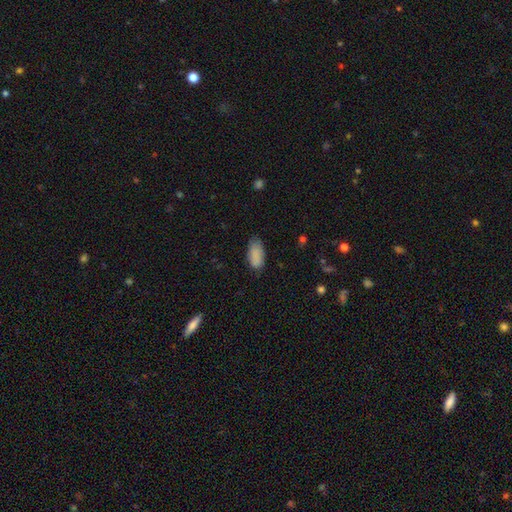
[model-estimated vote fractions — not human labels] Smooth or featured? Predicted: smooth (p=0.88). How rounded? Predicted: in between (p=0.92). Merging? Predicted: none (p=0.70).